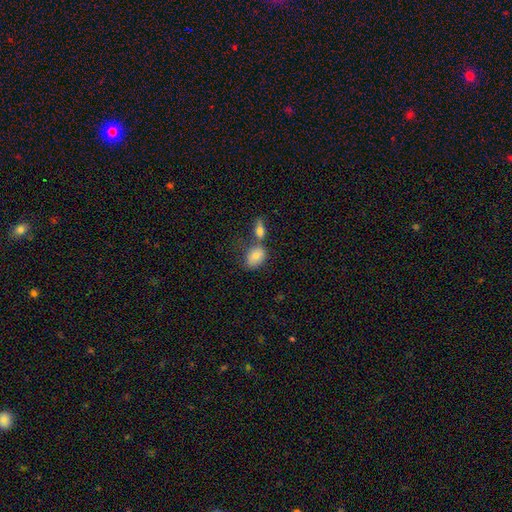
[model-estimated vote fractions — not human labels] Smooth or featured?
  - smooth: 77% *
  - featured or disk: 15%
  - star or artifact: 8%
How rounded?
  - in between: 75% *
  - round: 23%
  - cigar-shaped: 2%
Merging?
  - none: 43% *
  - merger: 38%
  - minor disturbance: 14%
  - major disturbance: 5%